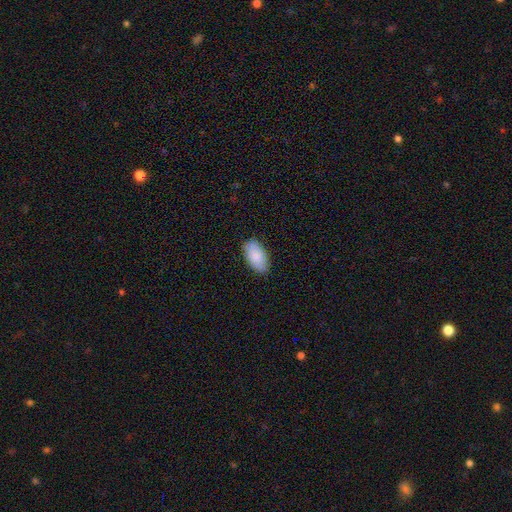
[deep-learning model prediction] A smooth galaxy with no disk features (88%) that is in between round and cigar-shaped (95%).

Vote fractions:
- Smooth or featured? smooth: 88% / featured or disk: 6% / star or artifact: 6%
- How rounded? in between: 95% / cigar-shaped: 2% / round: 2%
- Merging? none: 86% / minor disturbance: 11% / major disturbance: 2% / merger: 1%